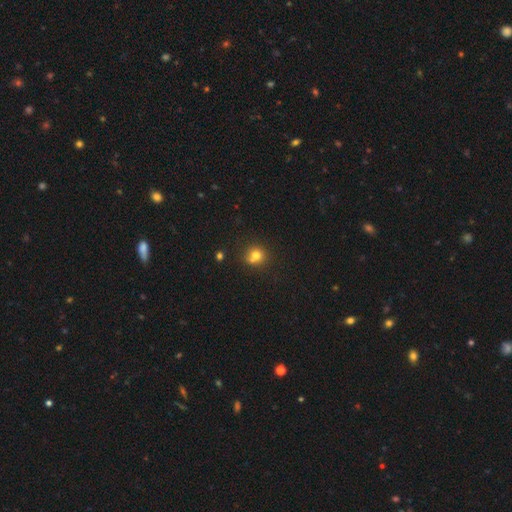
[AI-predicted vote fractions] Smooth or featured? smooth (75%)
How rounded? round (84%)
Merging? none (56%)